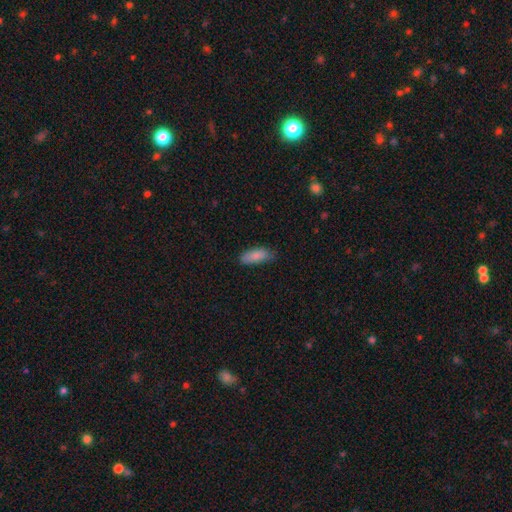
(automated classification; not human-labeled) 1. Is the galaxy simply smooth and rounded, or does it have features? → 84% smooth, 10% featured or disk, 6% star or artifact.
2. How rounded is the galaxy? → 77% in between, 21% cigar-shaped, 2% round.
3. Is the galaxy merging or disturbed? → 72% none, 23% minor disturbance, 4% major disturbance, 1% merger.